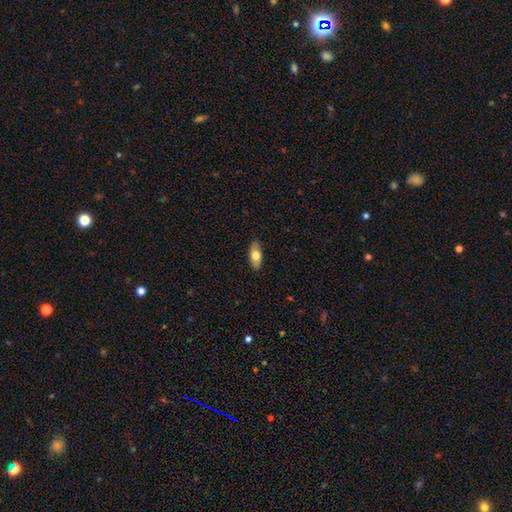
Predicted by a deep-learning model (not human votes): Q: Smooth or featured?
A: smooth (73%); runner-up: featured or disk (20%)
Q: How rounded?
A: in between (86%); runner-up: cigar-shaped (11%)
Q: Merging?
A: none (88%); runner-up: minor disturbance (9%)